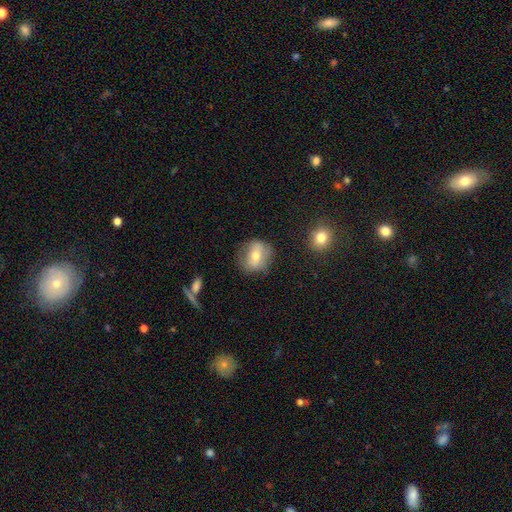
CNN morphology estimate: Smooth or featured: smooth — 62% (featured or disk — 29%)
How rounded: round — 63% (in between — 35%)
Merging: none — 71% (minor disturbance — 20%)